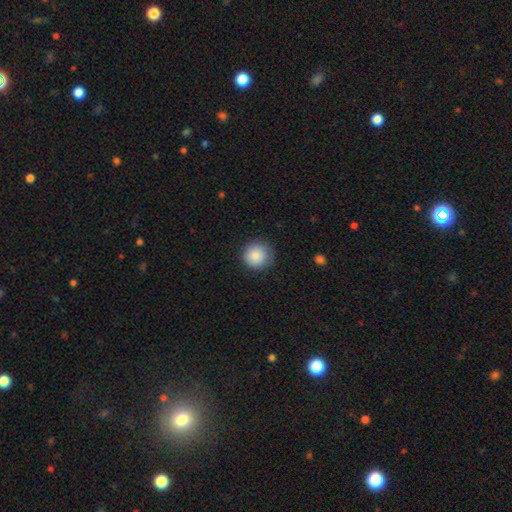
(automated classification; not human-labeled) This appears to be a smooth galaxy with no disk features (88%) that is round (94%). Merging: none (86%).